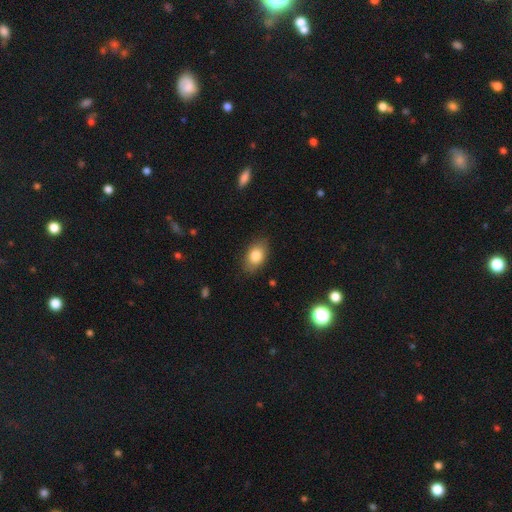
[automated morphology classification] Overall: smooth (83%). How rounded: in between (86%). Merging: none (83%).